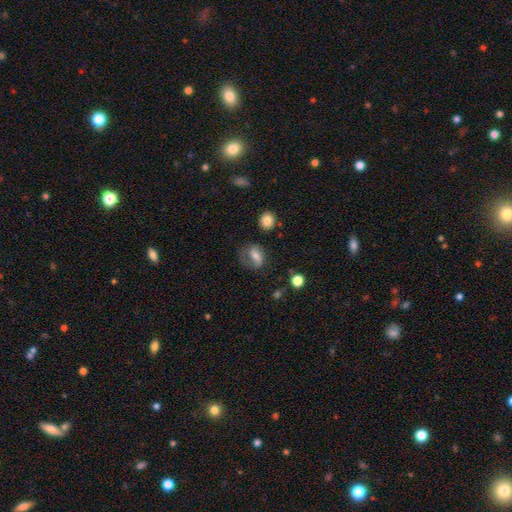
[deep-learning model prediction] smooth 59%, featured or disk 31%, star or artifact 10%. Down the decision tree: how rounded — in between (68%); merging — none (49%).